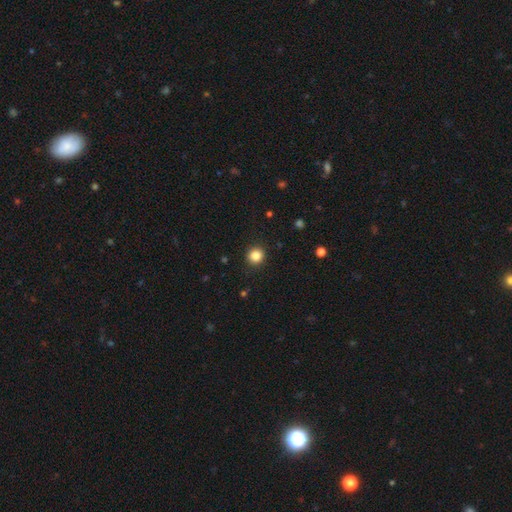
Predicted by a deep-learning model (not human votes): smooth-or-featured: smooth: 85% | star or artifact: 11% | featured or disk: 4%
  how-rounded: round: 91% | in between: 8% | cigar-shaped: 1%
  merging: none: 91% | minor disturbance: 6% | major disturbance: 2% | merger: 1%